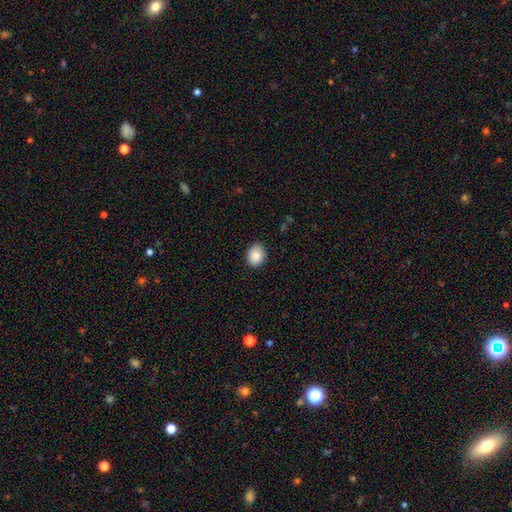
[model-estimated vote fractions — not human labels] Q: Smooth or featured?
A: smooth (88%); runner-up: star or artifact (8%)
Q: How rounded?
A: in between (58%); runner-up: round (41%)
Q: Merging?
A: none (84%); runner-up: minor disturbance (13%)